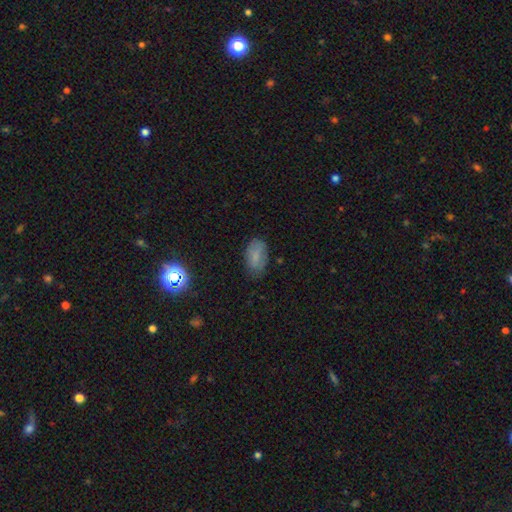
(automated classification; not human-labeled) Smooth or featured?
  - smooth: 76% *
  - featured or disk: 12%
  - star or artifact: 12%
How rounded?
  - in between: 92% *
  - round: 6%
  - cigar-shaped: 2%
Merging?
  - none: 71% *
  - minor disturbance: 22%
  - major disturbance: 6%
  - merger: 1%